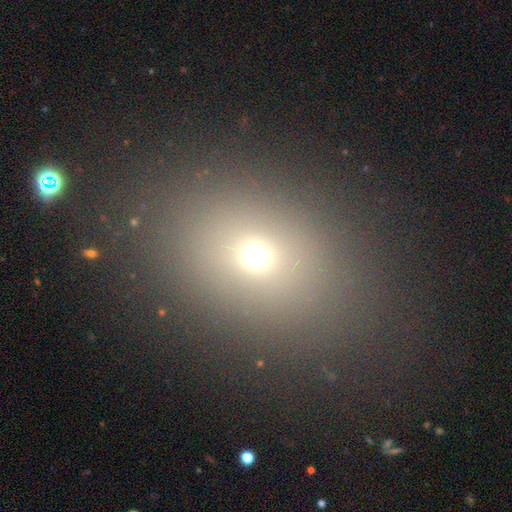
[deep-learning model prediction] A smooth galaxy with no disk features (67%) that is in between round and cigar-shaped (62%).

Vote fractions:
- Smooth or featured? smooth: 67% / star or artifact: 21% / featured or disk: 13%
- How rounded? in between: 62% / round: 37% / cigar-shaped: 1%
- Merging? none: 83% / minor disturbance: 9% / major disturbance: 6% / merger: 2%